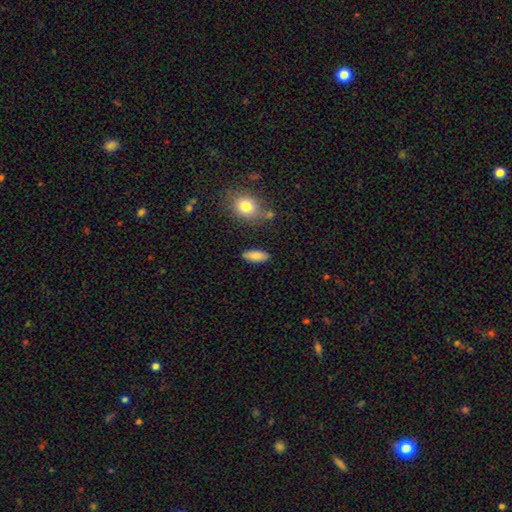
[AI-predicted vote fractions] smooth_or_featured: smooth (p=0.85) [alt: featured or disk p=0.08]
how_rounded: in between (p=0.81) [alt: cigar-shaped p=0.16]
merging: none (p=0.82) [alt: minor disturbance p=0.12]